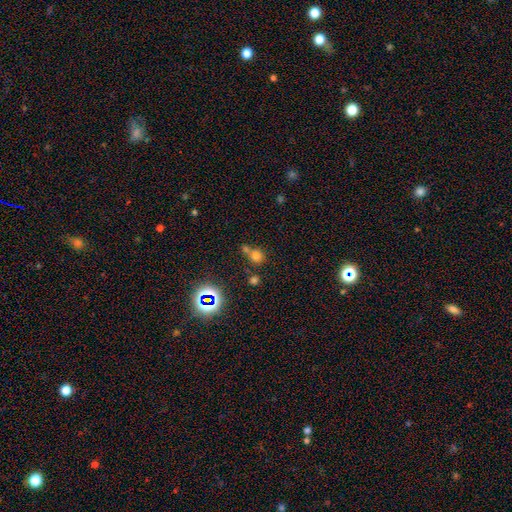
Smooth or featured? 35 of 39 (90%) said smooth. How rounded? 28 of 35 (80%) said round. Merging? 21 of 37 (57%) said none.